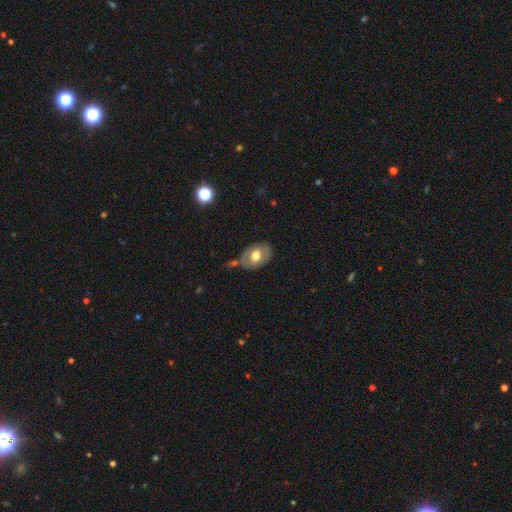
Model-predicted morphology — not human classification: This appears to be a smooth galaxy with no disk features (58%) that is in between round and cigar-shaped (79%). Merging: none (64%).